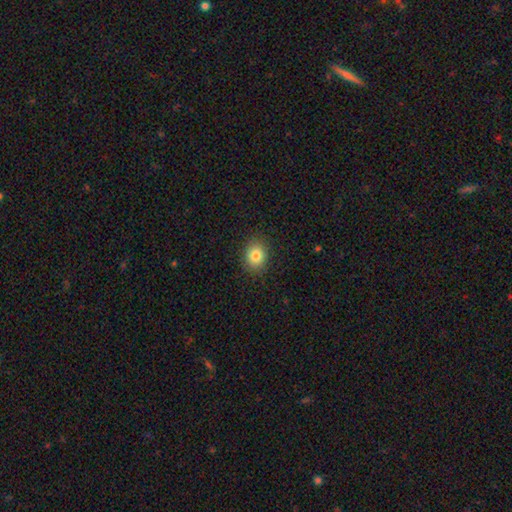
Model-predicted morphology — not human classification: A smooth galaxy with no disk features (83%) that is round (60%).

Vote fractions:
- Smooth or featured? smooth: 83% / star or artifact: 10% / featured or disk: 7%
- How rounded? round: 60% / in between: 39% / cigar-shaped: 1%
- Merging? none: 88% / minor disturbance: 8% / major disturbance: 3% / merger: 1%